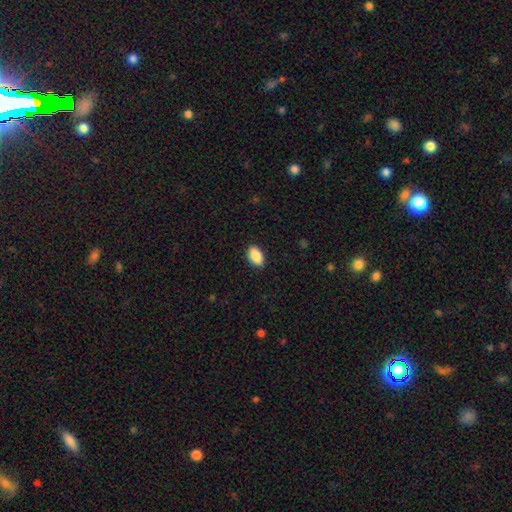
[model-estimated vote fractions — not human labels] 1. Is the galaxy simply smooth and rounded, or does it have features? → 89% smooth, 7% star or artifact, 4% featured or disk.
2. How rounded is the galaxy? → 94% in between, 5% round, 2% cigar-shaped.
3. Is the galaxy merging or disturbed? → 89% none, 8% minor disturbance, 2% major disturbance, 1% merger.